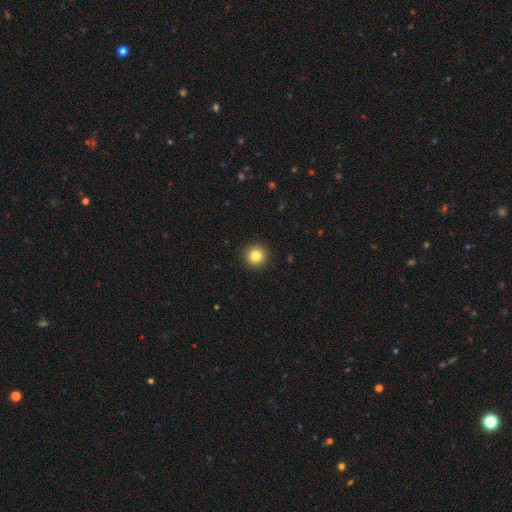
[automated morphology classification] Smooth or featured: smooth — 84% (star or artifact — 10%)
How rounded: round — 95% (in between — 4%)
Merging: none — 93% (minor disturbance — 5%)